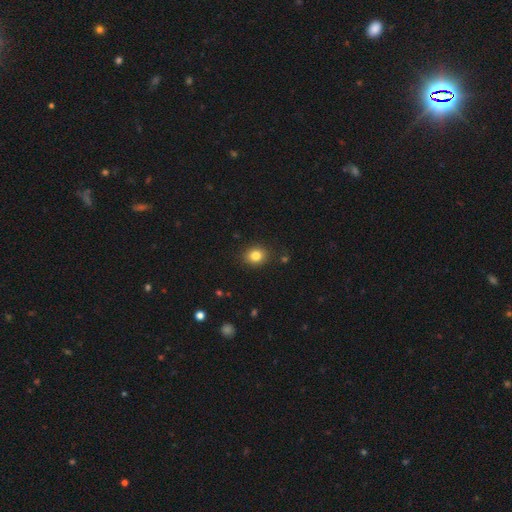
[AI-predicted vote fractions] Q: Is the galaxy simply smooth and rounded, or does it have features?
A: smooth — 82%.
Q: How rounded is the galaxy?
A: round — 70%.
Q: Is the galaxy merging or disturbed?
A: none — 88%.